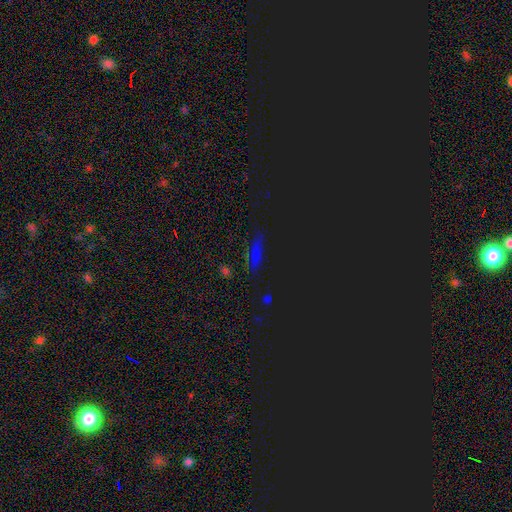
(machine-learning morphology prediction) type=star or artifact (59%).